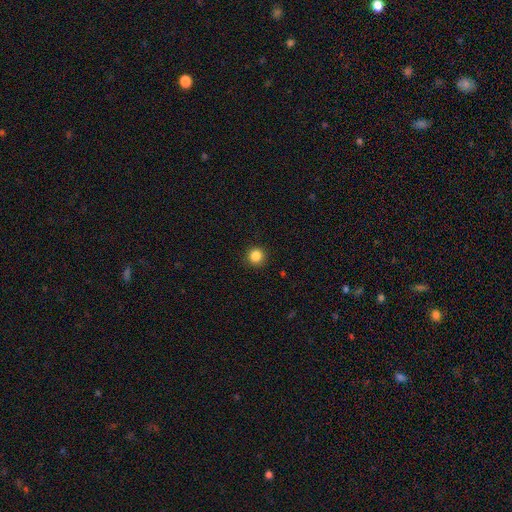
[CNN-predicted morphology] Smooth or featured? Predicted: smooth (p=0.86). How rounded? Predicted: round (p=0.94). Merging? Predicted: none (p=0.92).